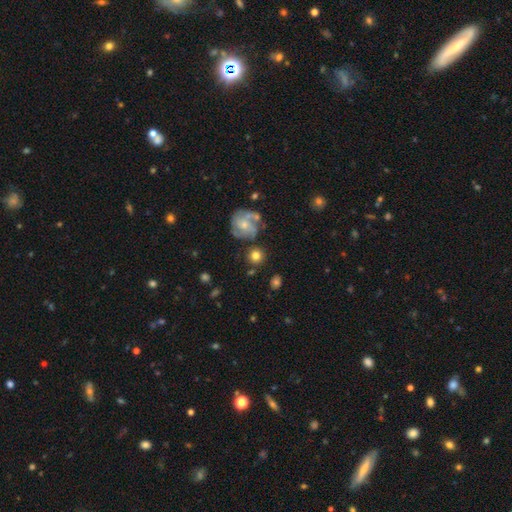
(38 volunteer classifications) Smooth or featured? smooth (58%)
How rounded? round (95%)
Merging? none (78%)